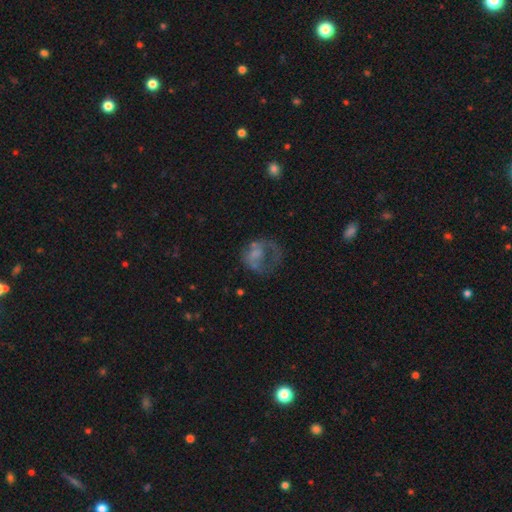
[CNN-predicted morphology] Smooth or featured? Predicted: featured or disk (p=0.45). Merging? Predicted: major disturbance (p=0.46).